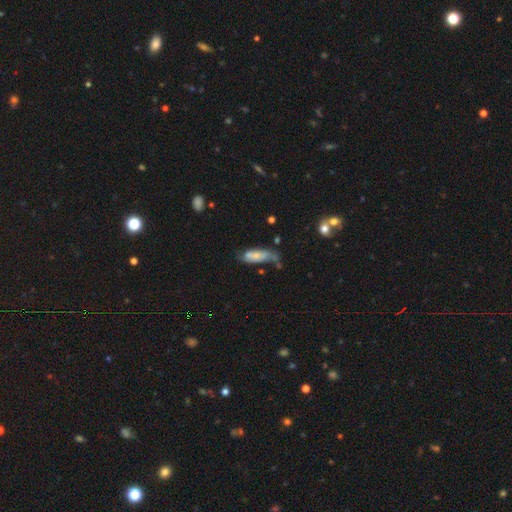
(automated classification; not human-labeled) smooth 63%, featured or disk 30%, star or artifact 7%. Down the decision tree: how rounded — in between (62%); merging — none (33%, tied with minor disturbance).